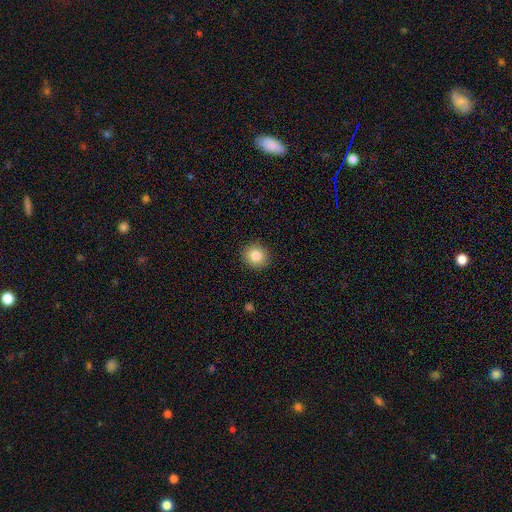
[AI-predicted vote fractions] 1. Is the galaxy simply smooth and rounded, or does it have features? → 84% smooth, 10% star or artifact, 7% featured or disk.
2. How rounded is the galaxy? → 88% round, 11% in between, 1% cigar-shaped.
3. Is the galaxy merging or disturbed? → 91% none, 6% minor disturbance, 2% major disturbance, 1% merger.